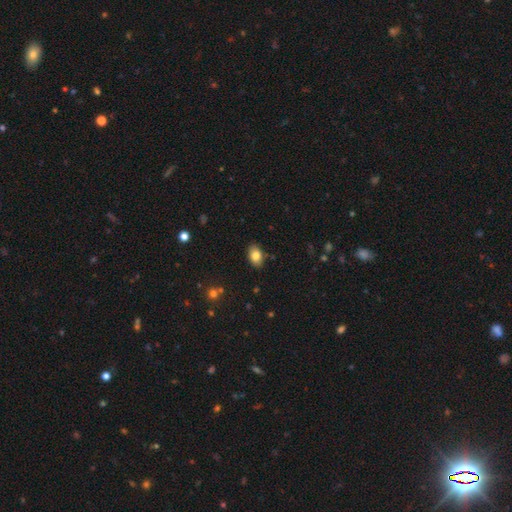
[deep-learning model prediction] Smooth or featured?
  - smooth: 82% *
  - featured or disk: 10%
  - star or artifact: 8%
How rounded?
  - in between: 88% *
  - round: 10%
  - cigar-shaped: 1%
Merging?
  - none: 85% *
  - minor disturbance: 11%
  - major disturbance: 2%
  - merger: 2%